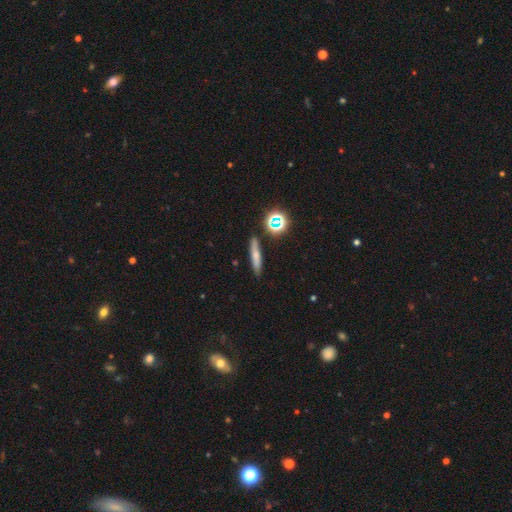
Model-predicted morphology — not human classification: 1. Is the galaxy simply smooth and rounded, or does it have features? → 62% smooth, 24% featured or disk, 14% star or artifact.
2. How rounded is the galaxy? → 82% cigar-shaped, 11% in between, 7% round.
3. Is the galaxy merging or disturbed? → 85% none, 9% minor disturbance, 3% merger, 2% major disturbance.